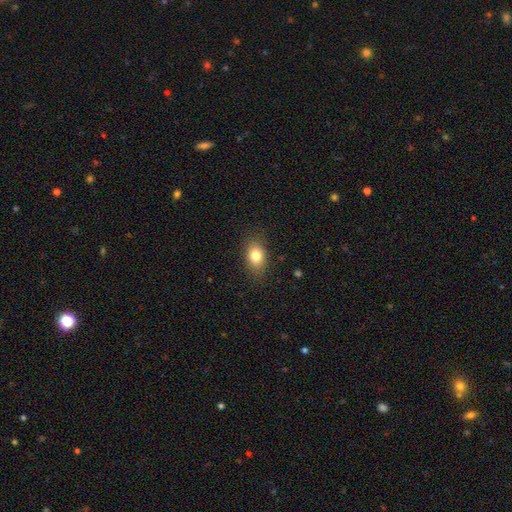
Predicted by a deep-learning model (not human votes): Smooth or featured? Predicted: smooth (p=0.80). How rounded? Predicted: in between (p=0.75). Merging? Predicted: none (p=0.84).